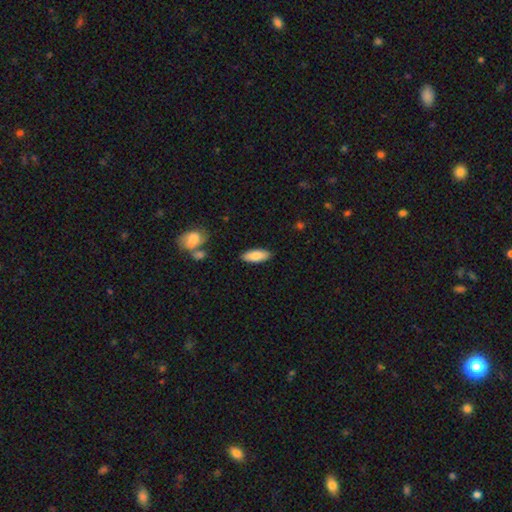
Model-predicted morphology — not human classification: smooth-or-featured: smooth: 83% | featured or disk: 11% | star or artifact: 6%
  how-rounded: in between: 76% | cigar-shaped: 22% | round: 2%
  merging: none: 86% | minor disturbance: 10% | major disturbance: 2% | merger: 2%